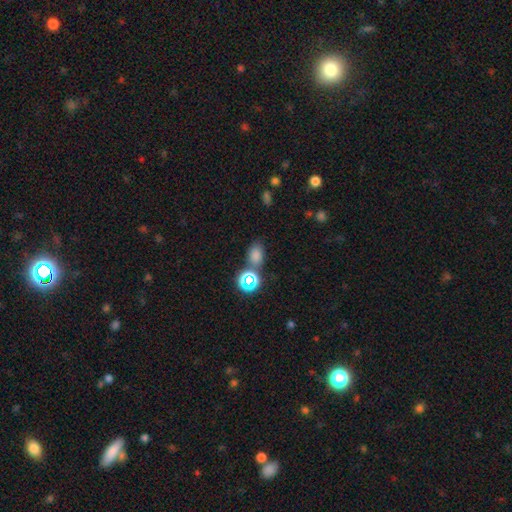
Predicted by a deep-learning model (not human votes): A smooth galaxy with no disk features (73%) that is in between round and cigar-shaped (73%). Merging: none (66%).